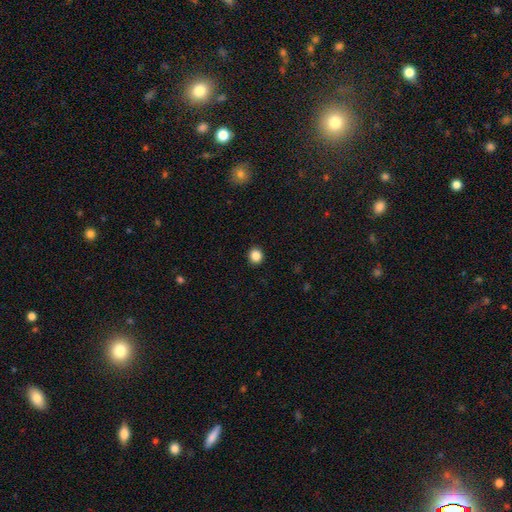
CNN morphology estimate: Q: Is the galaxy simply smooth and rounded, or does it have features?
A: smooth — 86%.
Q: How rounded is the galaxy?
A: round — 86%.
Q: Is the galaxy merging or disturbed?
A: none — 93%.